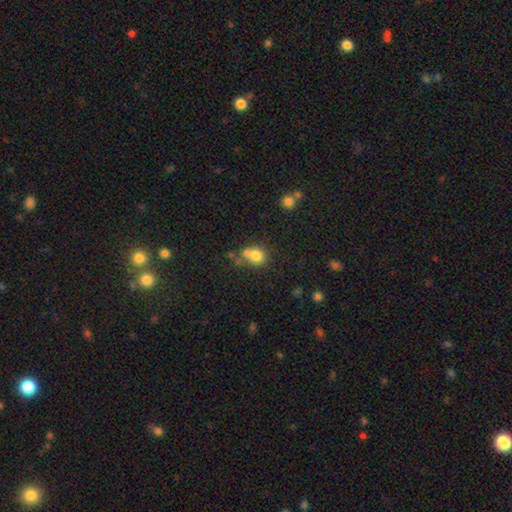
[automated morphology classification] smooth-or-featured: smooth: 75% | featured or disk: 13% | star or artifact: 12%
  how-rounded: round: 74% | in between: 25% | cigar-shaped: 1%
  merging: merger: 42% | none: 40% | minor disturbance: 13% | major disturbance: 6%